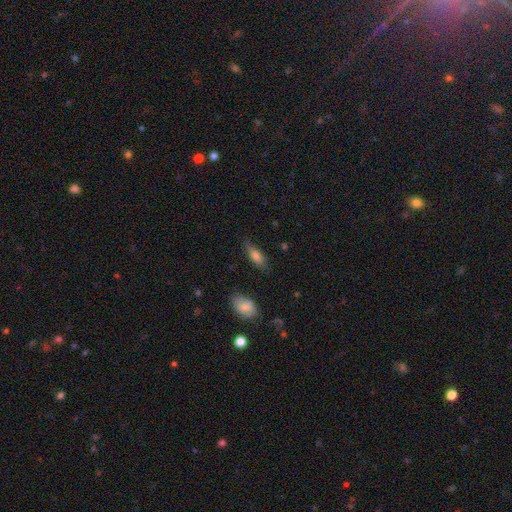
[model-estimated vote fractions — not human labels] smooth_or_featured: smooth (p=0.74) [alt: featured or disk p=0.18]
how_rounded: in between (p=0.59) [alt: cigar-shaped p=0.39]
merging: none (p=0.75) [alt: minor disturbance p=0.19]